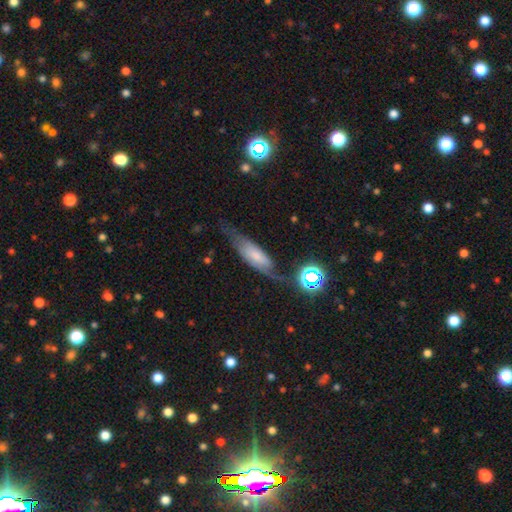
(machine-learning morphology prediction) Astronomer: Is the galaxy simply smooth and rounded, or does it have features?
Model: featured or disk — 52% (runner-up: smooth, 38%).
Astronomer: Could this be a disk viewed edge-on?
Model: no — 71%.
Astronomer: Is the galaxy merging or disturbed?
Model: none — 50% (runner-up: minor disturbance, 27%).